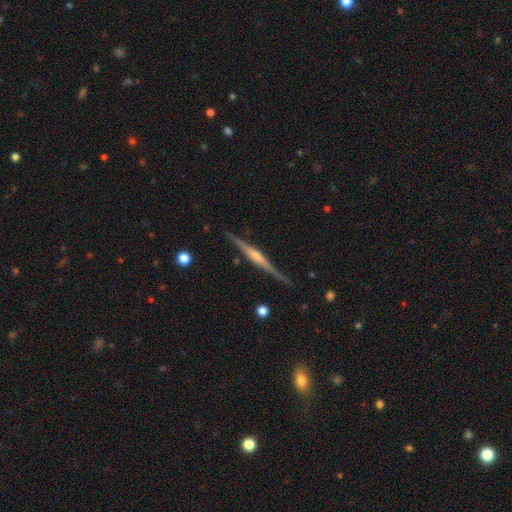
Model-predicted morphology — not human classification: Q: Smooth or featured?
A: featured or disk (86%); runner-up: smooth (9%)
Q: Edge-on disk?
A: yes (98%); runner-up: no (2%)
Q: Edge-on bulge?
A: rounded (77%); runner-up: none (12%)
Q: Merging?
A: none (89%); runner-up: minor disturbance (8%)